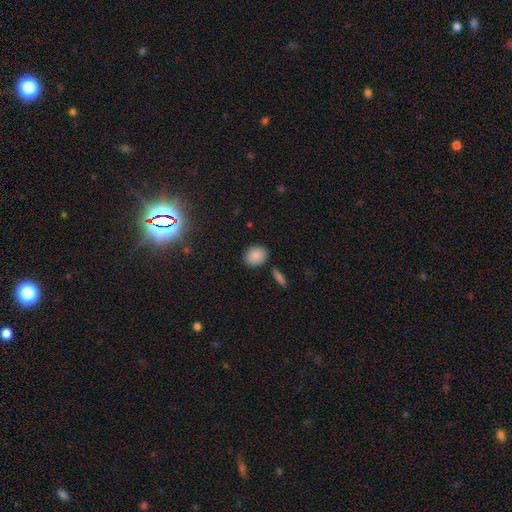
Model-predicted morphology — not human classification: Overall: smooth (88%). How rounded: in between (59%; round 39%). Merging: none (83%).